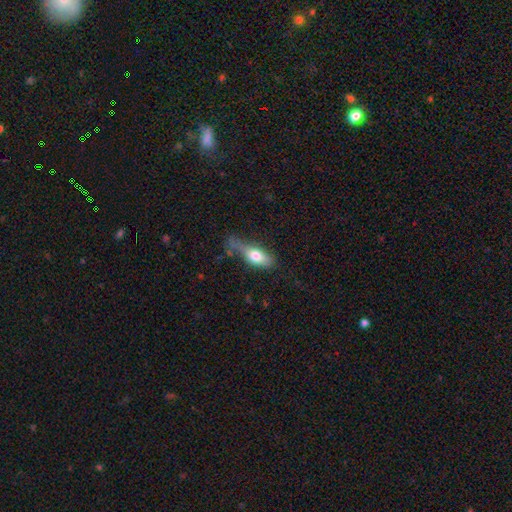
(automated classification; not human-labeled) Smooth or featured?
  - smooth: 71% *
  - featured or disk: 22%
  - star or artifact: 7%
How rounded?
  - in between: 76% *
  - cigar-shaped: 19%
  - round: 6%
Merging?
  - none: 36% *
  - minor disturbance: 32%
  - major disturbance: 25%
  - merger: 7%